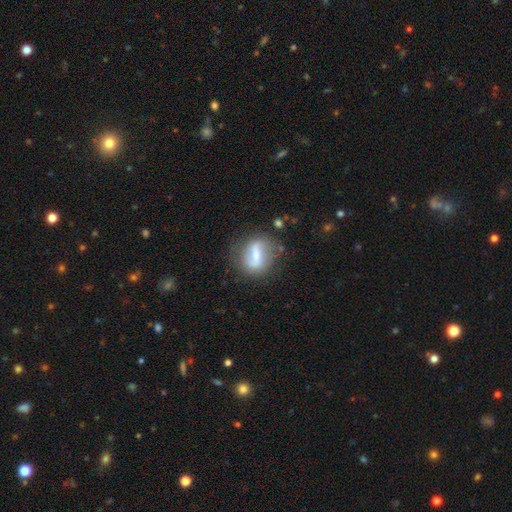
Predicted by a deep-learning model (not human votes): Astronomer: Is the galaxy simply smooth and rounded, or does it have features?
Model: featured or disk — 54% (runner-up: smooth, 38%).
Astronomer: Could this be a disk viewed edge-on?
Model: no — 92%.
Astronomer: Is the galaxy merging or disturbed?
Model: none — 66%.